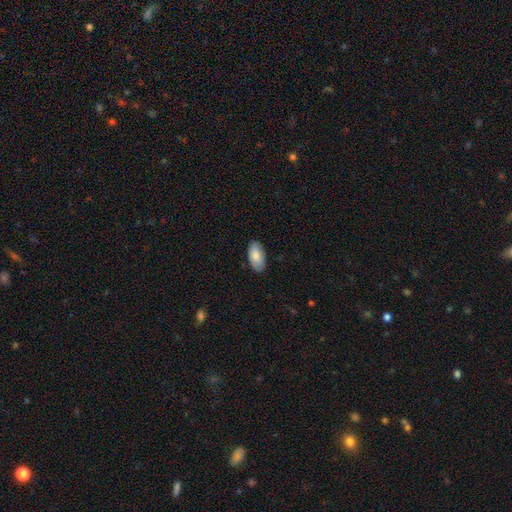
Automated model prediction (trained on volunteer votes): smooth 83%, featured or disk 11%, star or artifact 6%. Down the decision tree: how rounded — in between (95%); merging — none (86%).